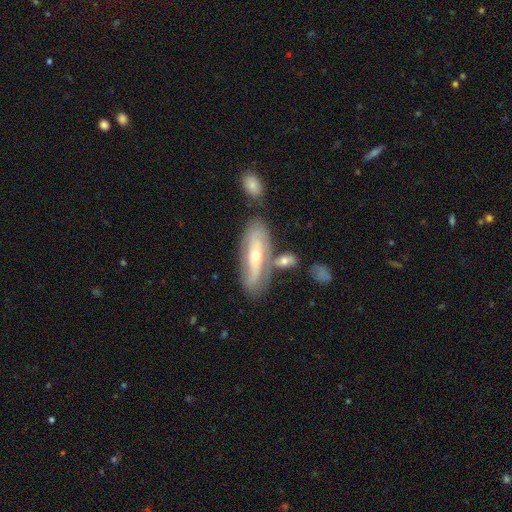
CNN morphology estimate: This is likely a featured or disk galaxy (68%). It is likely not viewed edge-on (75%). Bar: possibly no (54%). Spiral arm pattern: likely yes (74%). Central bulge: possibly moderate (52%). Merging: likely none (62%).